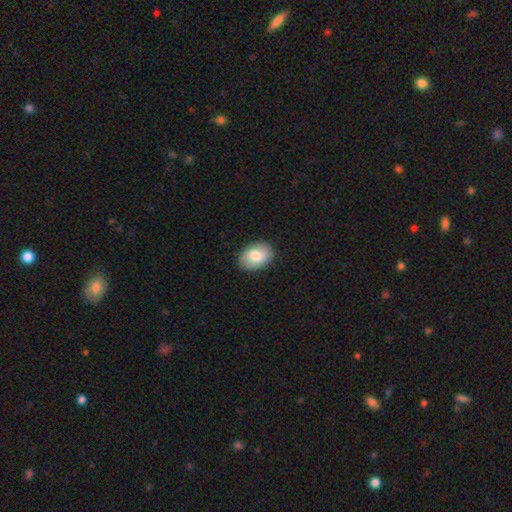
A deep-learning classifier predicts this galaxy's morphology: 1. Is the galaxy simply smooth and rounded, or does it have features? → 75% smooth, 18% featured or disk, 7% star or artifact.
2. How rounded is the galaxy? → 79% in between, 20% round, 1% cigar-shaped.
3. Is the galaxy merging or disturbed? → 87% none, 9% minor disturbance, 2% major disturbance, 1% merger.